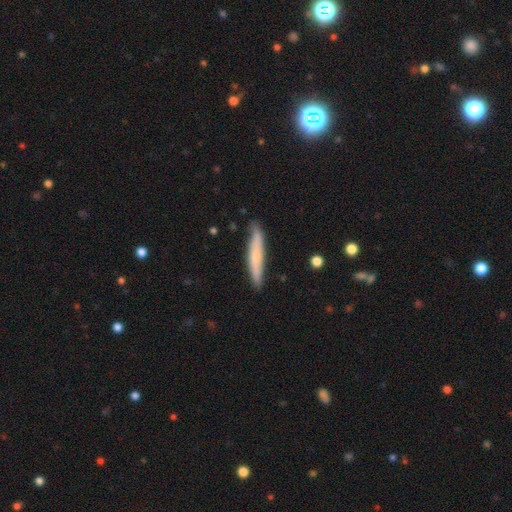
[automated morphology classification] This appears to be a smooth galaxy with no disk features (59%) that is cigar-shaped (94%). Merging: none (85%).